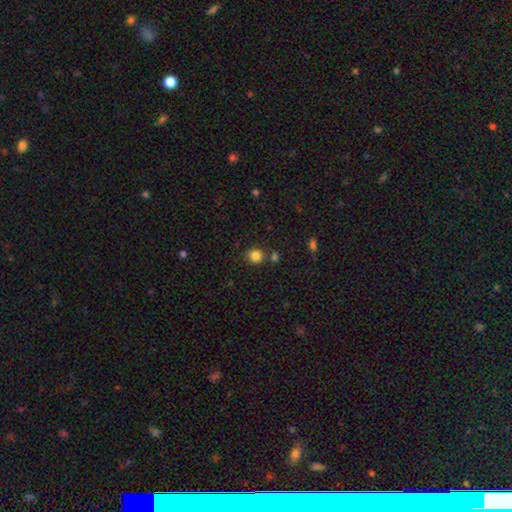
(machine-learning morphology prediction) type=smooth (84%); roundness=round (87%); merging=none (77%).